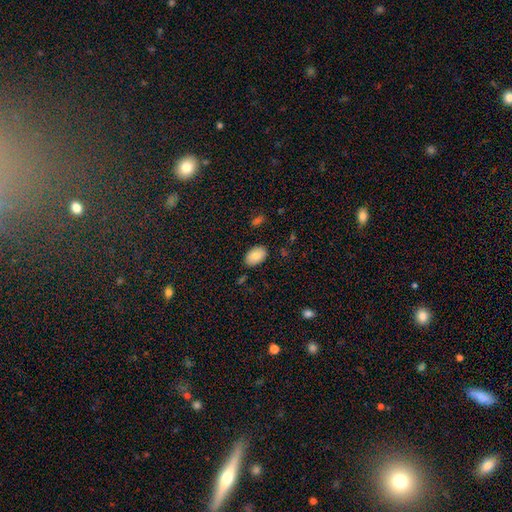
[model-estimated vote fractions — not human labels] Morphology: type=smooth (83%); roundness=in between (90%); merging=none (86%).